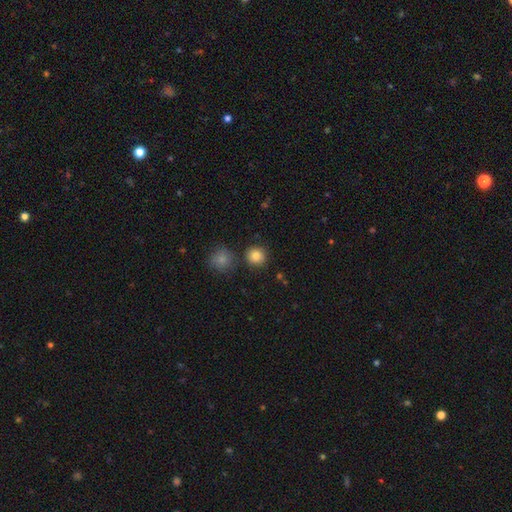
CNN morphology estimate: Smooth or featured? Predicted: smooth (p=0.84). How rounded? Predicted: round (p=0.90). Merging? Predicted: none (p=0.84).